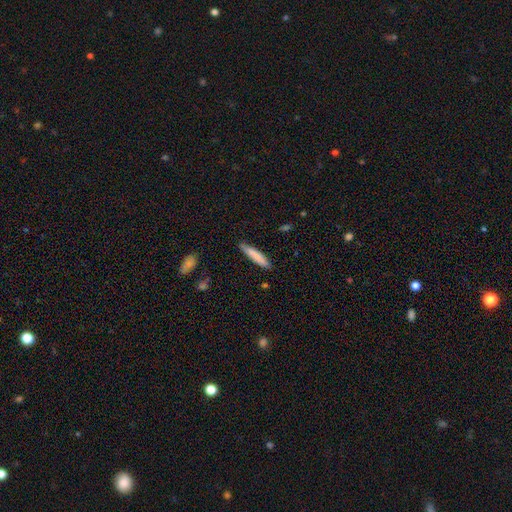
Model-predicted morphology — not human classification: Q: Smooth or featured?
A: smooth (80%); runner-up: featured or disk (14%)
Q: How rounded?
A: cigar-shaped (88%); runner-up: in between (11%)
Q: Merging?
A: none (83%); runner-up: minor disturbance (14%)